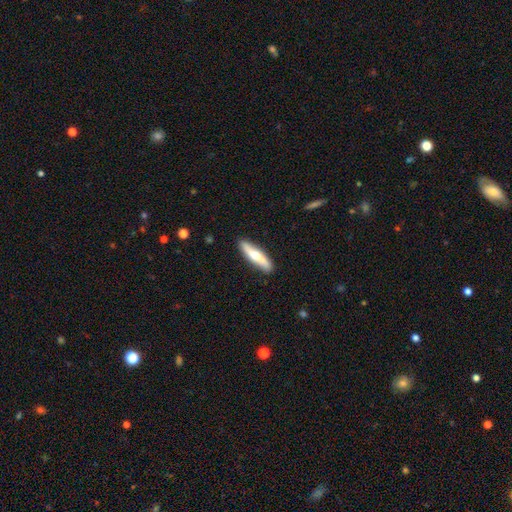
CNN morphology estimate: This is possibly a smooth galaxy (51%). How rounded: clearly cigar-shaped (80%). Merging: clearly none (88%).